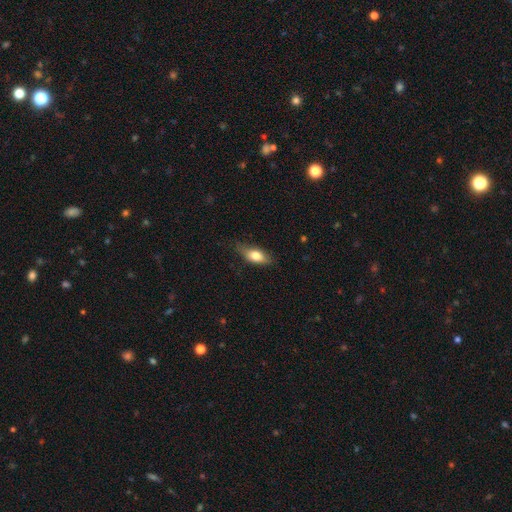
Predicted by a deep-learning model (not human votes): smooth-or-featured: smooth: 73% | featured or disk: 19% | star or artifact: 7%
  how-rounded: in between: 78% | cigar-shaped: 16% | round: 6%
  merging: none: 72% | minor disturbance: 23% | major disturbance: 5% | merger: 1%